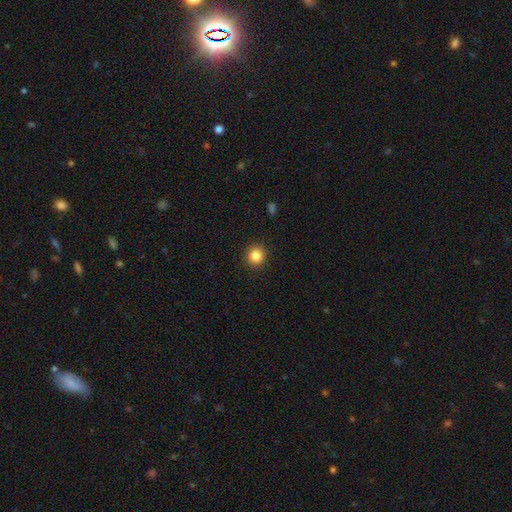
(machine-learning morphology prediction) Smooth or featured: smooth — 85% (star or artifact — 10%)
How rounded: round — 92% (in between — 7%)
Merging: none — 92% (minor disturbance — 5%)